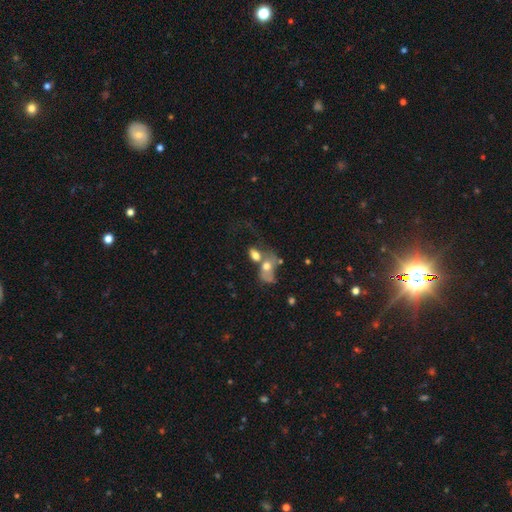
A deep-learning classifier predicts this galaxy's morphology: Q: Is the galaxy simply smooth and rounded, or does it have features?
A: smooth — 60%.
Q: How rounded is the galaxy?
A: in between — 75%.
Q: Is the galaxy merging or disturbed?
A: merger — 64%.